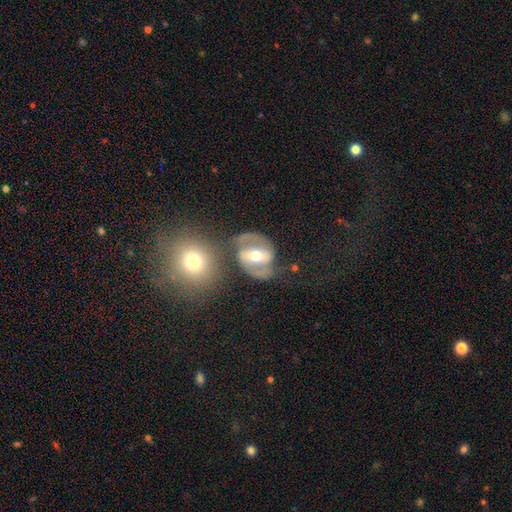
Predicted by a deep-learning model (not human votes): Q: Smooth or featured?
A: featured or disk (81%); runner-up: smooth (13%)
Q: Edge-on disk?
A: no (97%); runner-up: yes (3%)
Q: Bar?
A: strong (54%); runner-up: weak (32%)
Q: Spiral arms?
A: yes (89%); runner-up: no (11%)
Q: Spiral winding?
A: medium (57%); runner-up: tight (24%)
Q: Spiral arm count?
A: 2 (91%); runner-up: can't tell (4%)
Q: Bulge size?
A: moderate (69%); runner-up: small (24%)
Q: Merging?
A: none (61%); runner-up: merger (17%)